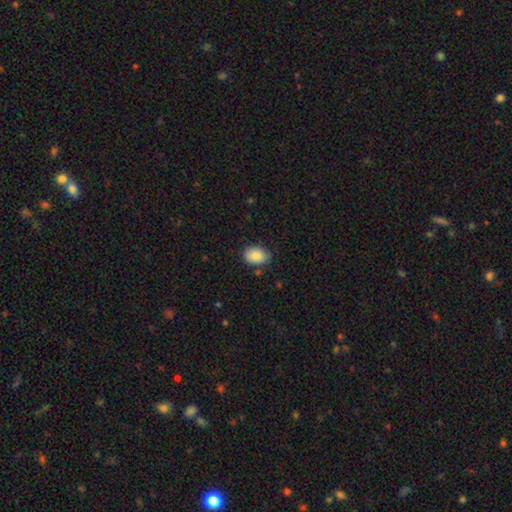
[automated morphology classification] Smooth or featured: smooth — 86% (featured or disk — 7%)
How rounded: in between — 82% (round — 17%)
Merging: none — 78% (minor disturbance — 17%)